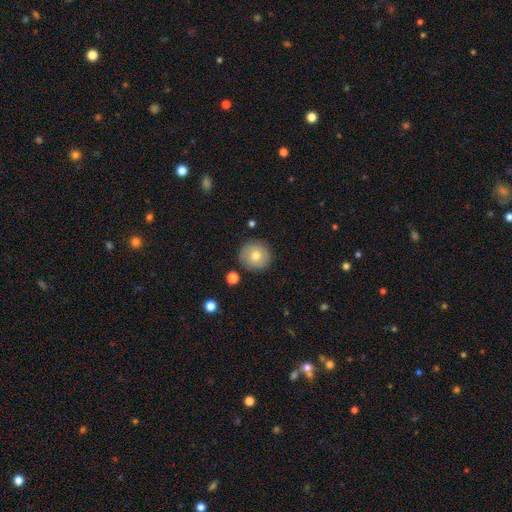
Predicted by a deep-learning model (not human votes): The model was most divided on "smooth or featured": smooth: 72%, featured or disk: 20%, star or artifact: 9%. More confident: how rounded — round (93%); merging — none (88%).